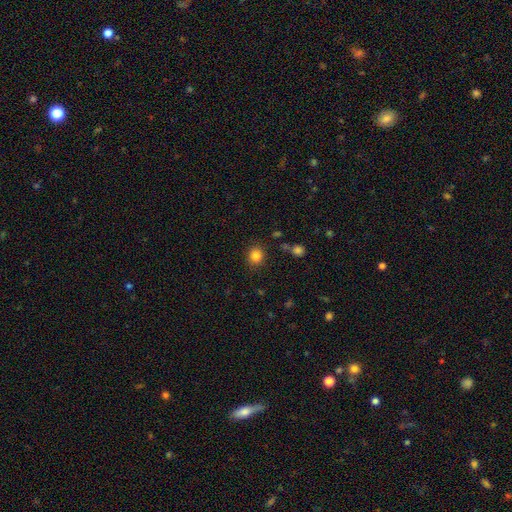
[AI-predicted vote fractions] Smooth or featured: smooth — 84% (star or artifact — 11%)
How rounded: round — 81% (in between — 18%)
Merging: none — 86% (minor disturbance — 8%)